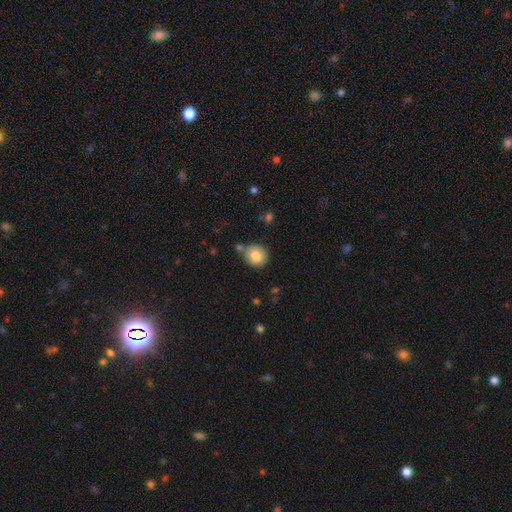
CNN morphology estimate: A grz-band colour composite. It shows a smooth galaxy with no disk features (82%) that is round (78%). Merging: none (65%).